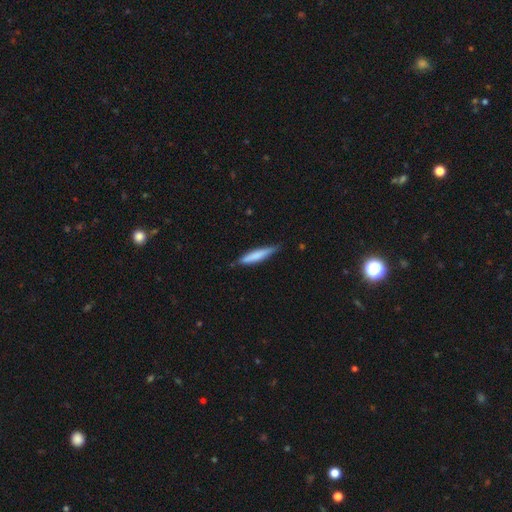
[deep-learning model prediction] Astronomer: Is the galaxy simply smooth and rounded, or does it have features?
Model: smooth — 73%.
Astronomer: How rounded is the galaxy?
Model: cigar-shaped — 89%.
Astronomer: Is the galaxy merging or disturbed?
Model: none — 77%.